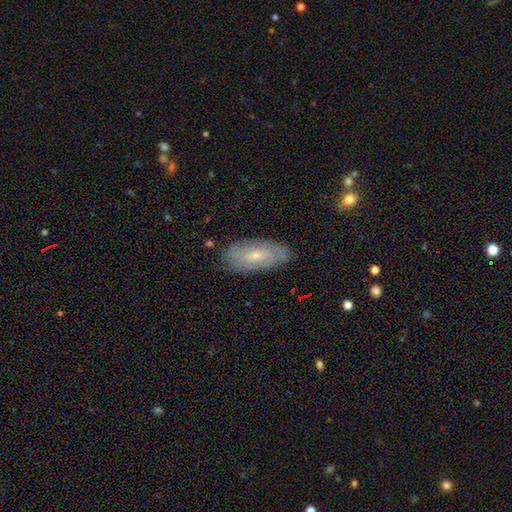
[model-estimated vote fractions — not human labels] Smooth or featured?
  - featured or disk: 60% *
  - smooth: 32%
  - star or artifact: 7%
Edge-on disk?
  - no: 89% *
  - yes: 11%
Bar?
  - no: 61% *
  - weak: 33%
  - strong: 6%
Spiral arms?
  - yes: 82% *
  - no: 18%
Bulge size?
  - small: 63% *
  - moderate: 33%
  - none: 2%
  - large: 1%
  - dominant: 1%
Merging?
  - none: 78% *
  - minor disturbance: 17%
  - major disturbance: 4%
  - merger: 1%